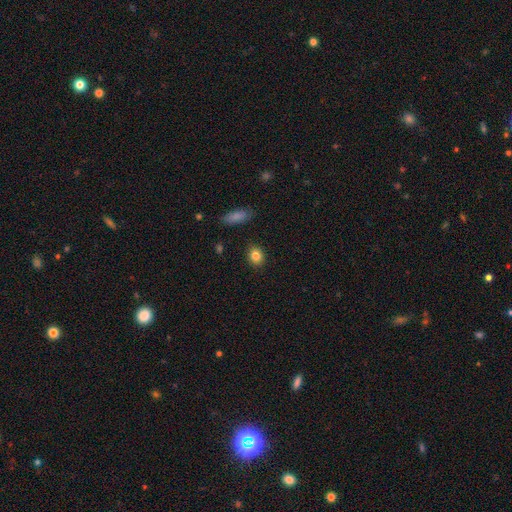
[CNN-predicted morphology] This is clearly a smooth galaxy (85%). How rounded: possibly round (50%). Merging: clearly none (88%).